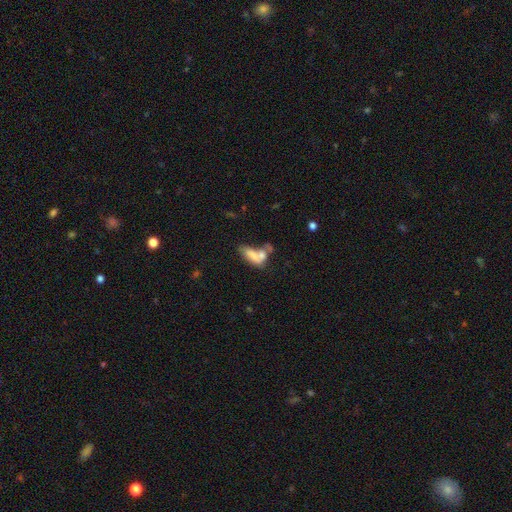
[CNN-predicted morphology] A smooth galaxy with no disk features (62%) that is in between round and cigar-shaped (81%).

Vote fractions:
- Smooth or featured? smooth: 62% / featured or disk: 28% / star or artifact: 10%
- How rounded? in between: 81% / cigar-shaped: 13% / round: 6%
- Merging? merger: 55% / none: 18% / major disturbance: 15% / minor disturbance: 12%